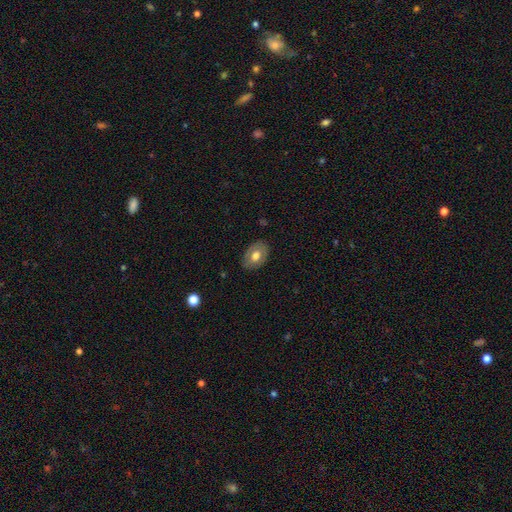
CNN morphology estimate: Overall: smooth (59%; featured or disk 34%). How rounded: in between (79%). Merging: none (80%).